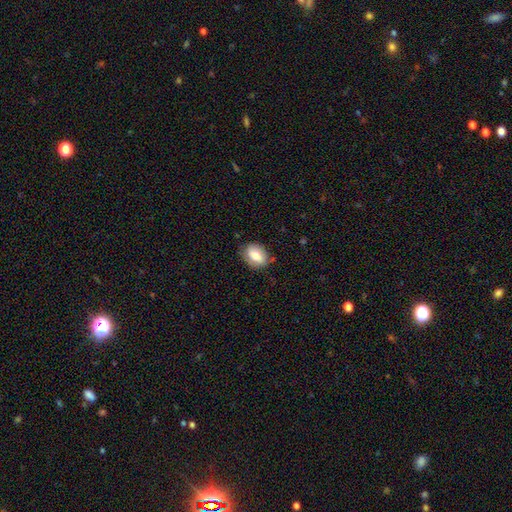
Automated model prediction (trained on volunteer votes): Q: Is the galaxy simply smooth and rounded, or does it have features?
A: smooth — 69%.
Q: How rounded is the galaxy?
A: in between — 73%.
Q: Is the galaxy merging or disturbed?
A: none — 75%.